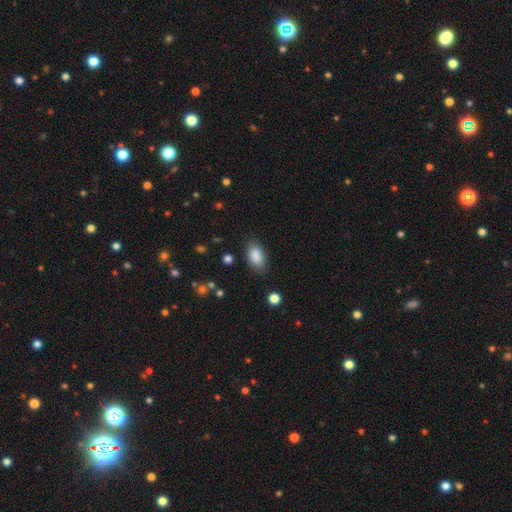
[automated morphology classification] Smooth or featured: smooth — 88% (star or artifact — 7%)
How rounded: in between — 91% (round — 6%)
Merging: none — 83% (minor disturbance — 12%)